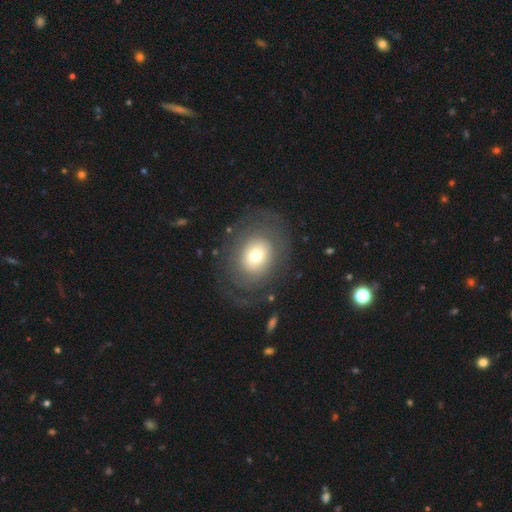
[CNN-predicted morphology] Smooth or featured? Predicted: smooth (p=0.49). Merging? Predicted: none (p=0.71).